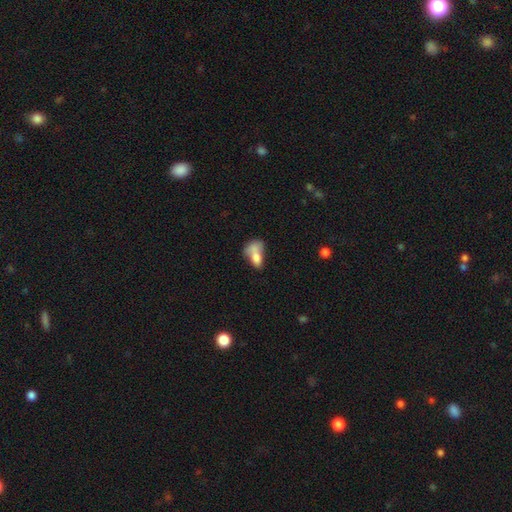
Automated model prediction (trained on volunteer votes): Morphology: type=smooth (71%); roundness=in between (83%); merging=merger (49%).